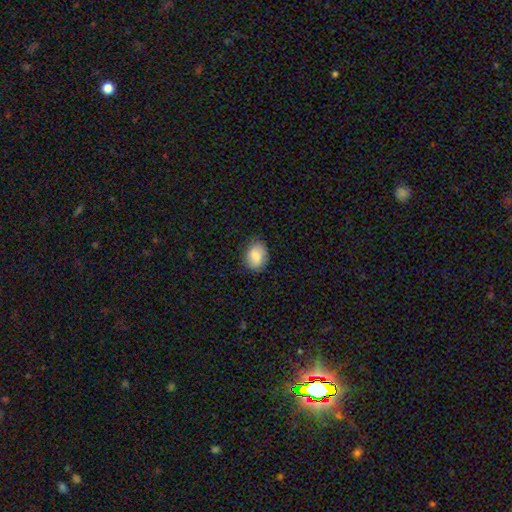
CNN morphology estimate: Smooth or featured: smooth — 83% (featured or disk — 10%)
How rounded: in between — 68% (round — 31%)
Merging: none — 81% (minor disturbance — 15%)